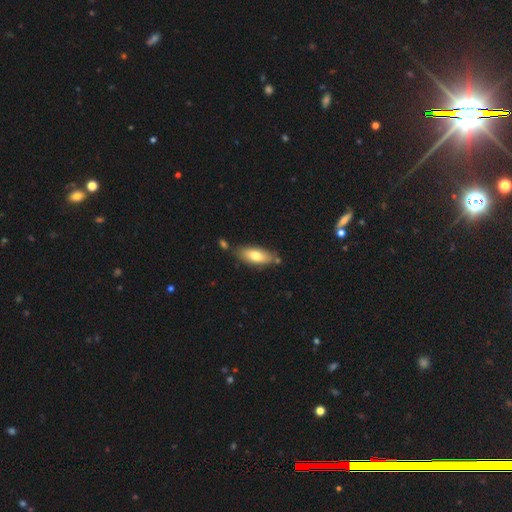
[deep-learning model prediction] This is likely a smooth galaxy (70%). How rounded: likely in between (76%). Merging: likely none (72%).